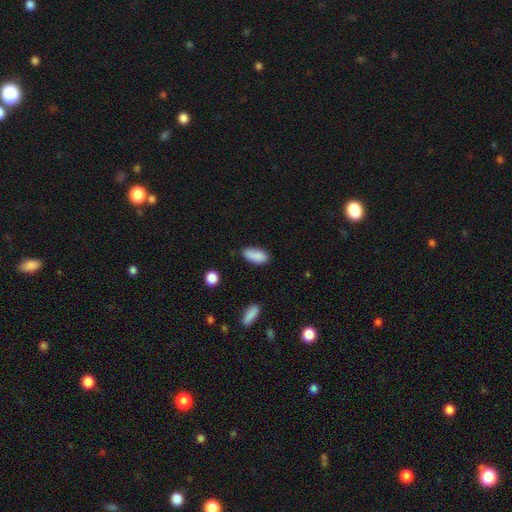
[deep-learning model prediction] Smooth or featured: smooth — 87% (star or artifact — 7%)
How rounded: in between — 87% (cigar-shaped — 10%)
Merging: none — 76% (minor disturbance — 18%)